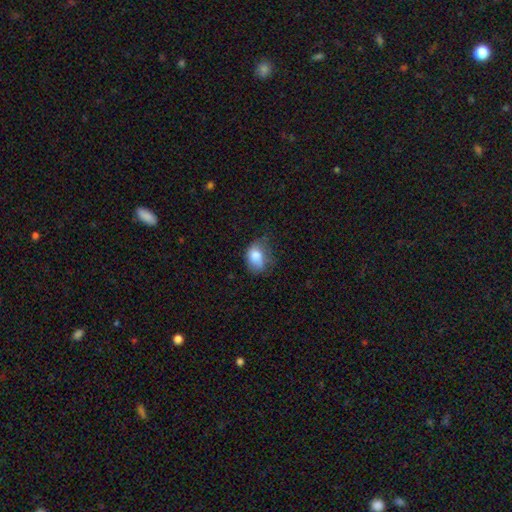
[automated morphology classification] The model was most divided on "merging": none: 40%, minor disturbance: 37%, major disturbance: 21%, merger: 3%. More confident: smooth or featured — smooth (78%); how rounded — in between (73%).